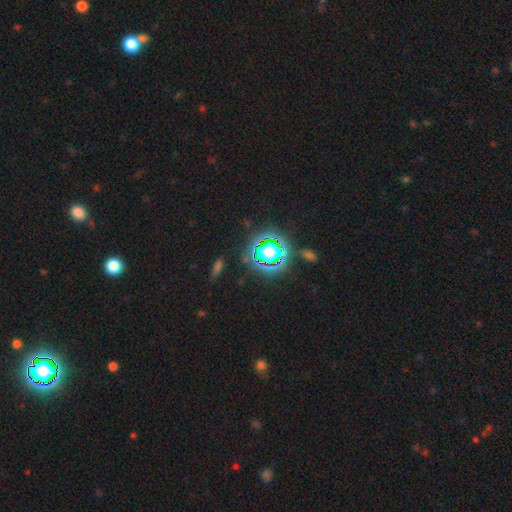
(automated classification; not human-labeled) Smooth or featured? Predicted: star or artifact (p=0.81).